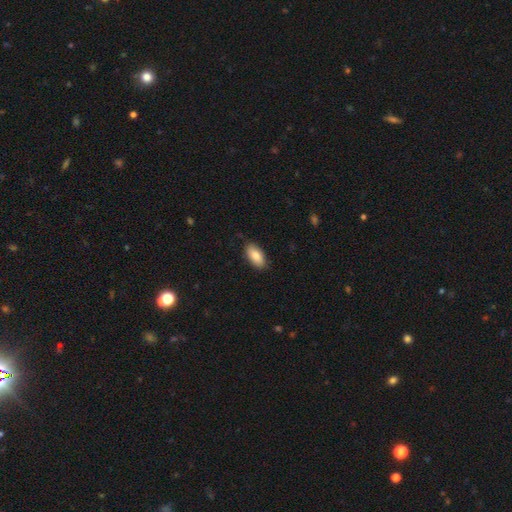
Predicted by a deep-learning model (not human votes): Smooth or featured? smooth (83%)
How rounded? in between (91%)
Merging? none (86%)